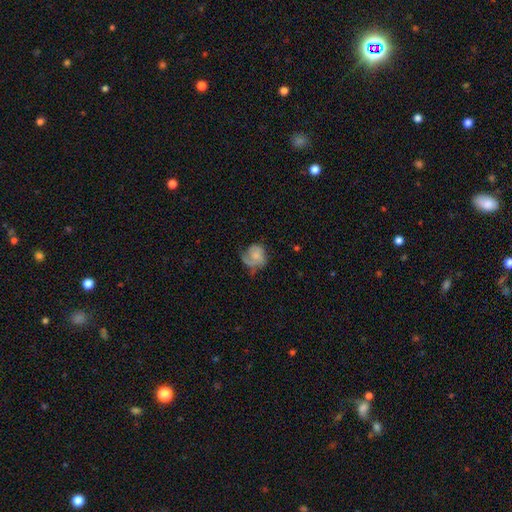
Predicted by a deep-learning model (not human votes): This is possibly a featured or disk galaxy (48%). Merging: marginally none (41%).